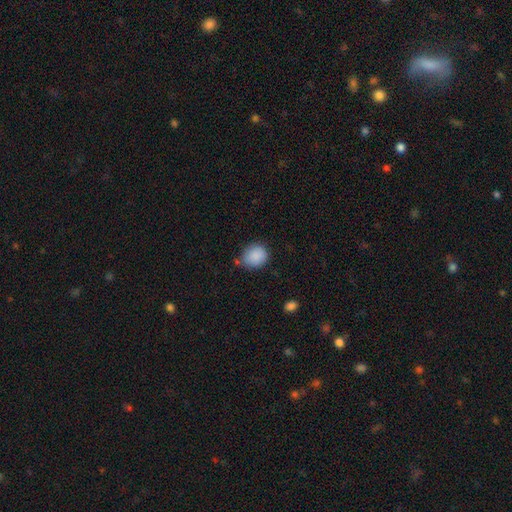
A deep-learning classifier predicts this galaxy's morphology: This appears to be a smooth galaxy with no disk features (88%) that is round (69%). Merging: none (68%).